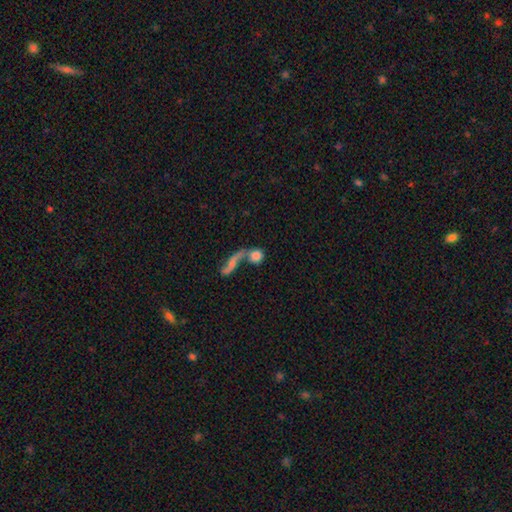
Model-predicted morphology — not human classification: smooth-or-featured: smooth: 71% | featured or disk: 20% | star or artifact: 10%
  how-rounded: round: 76% | in between: 17% | cigar-shaped: 6%
  merging: merger: 52% | none: 30% | major disturbance: 10% | minor disturbance: 8%